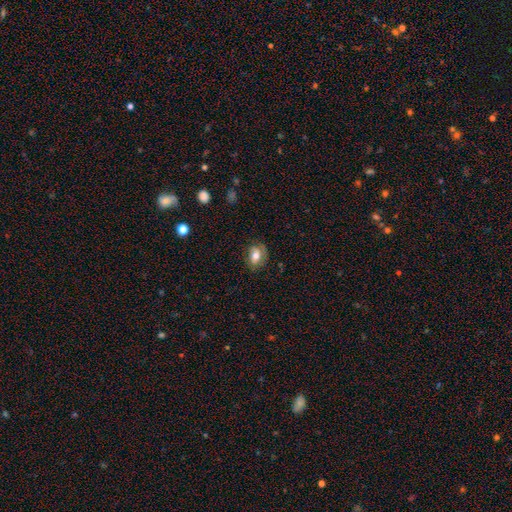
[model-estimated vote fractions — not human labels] A smooth galaxy with no disk features (66%) that is in between round and cigar-shaped (71%). Merging: none (74%).